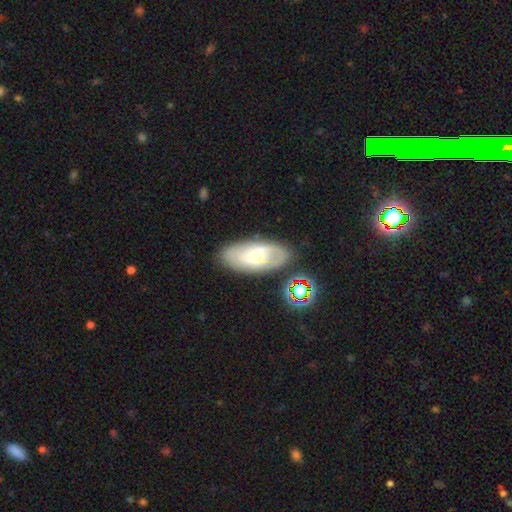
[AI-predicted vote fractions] A featured or disk galaxy (50%).

Vote fractions:
- Smooth or featured? featured or disk: 50% / smooth: 42% / star or artifact: 8%
- Merging? none: 77% / minor disturbance: 15% / merger: 4% / major disturbance: 4%